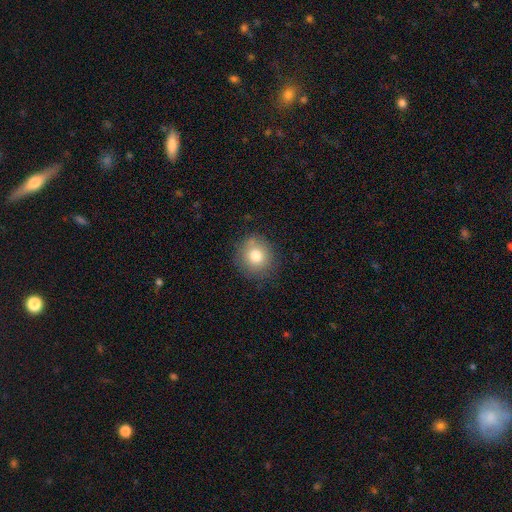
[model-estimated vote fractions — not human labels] This appears to be a smooth galaxy with no disk features (79%) that is round (88%). Merging: none (83%).